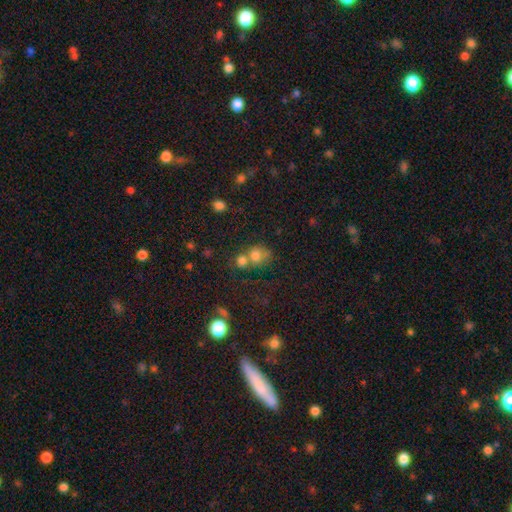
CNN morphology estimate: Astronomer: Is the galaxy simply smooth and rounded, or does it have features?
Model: smooth — 74%.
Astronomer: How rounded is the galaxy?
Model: round — 68%.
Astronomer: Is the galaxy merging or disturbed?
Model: merger — 50% (runner-up: none, 34%).